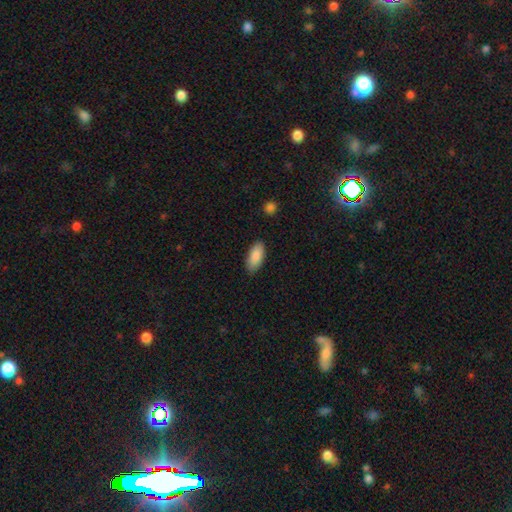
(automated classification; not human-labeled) smooth 88%, star or artifact 6%, featured or disk 6%. Down the decision tree: how rounded — in between (89%); merging — none (87%).